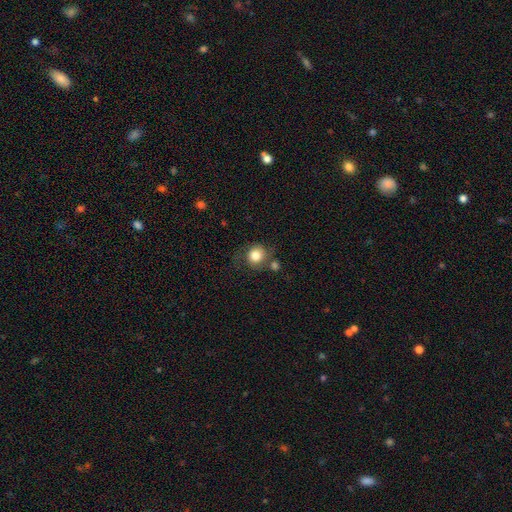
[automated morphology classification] type=smooth (81%); roundness=round (85%); merging=none (62%).